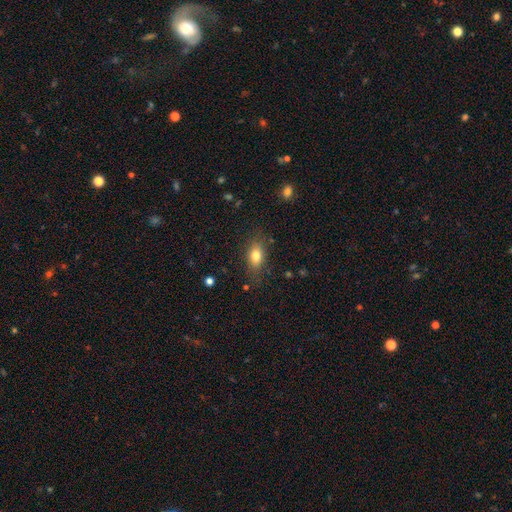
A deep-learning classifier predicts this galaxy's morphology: This is likely a smooth galaxy (79%). How rounded: likely in between (79%). Merging: likely none (78%).